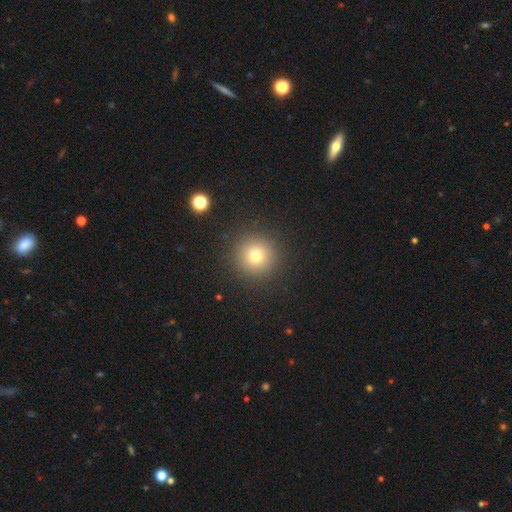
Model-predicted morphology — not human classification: The model was most divided on "smooth or featured": smooth: 76%, star or artifact: 15%, featured or disk: 9%. More confident: how rounded — round (95%); merging — none (91%).